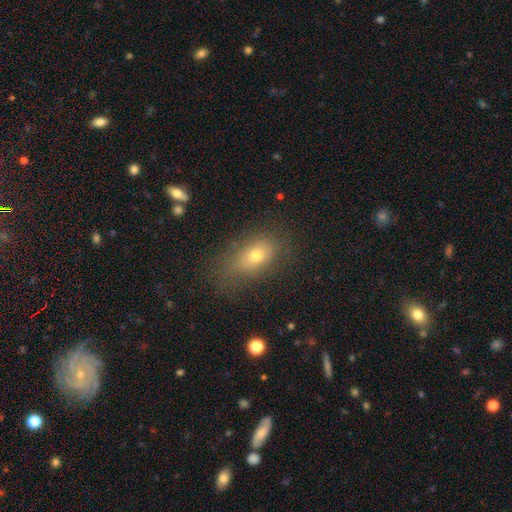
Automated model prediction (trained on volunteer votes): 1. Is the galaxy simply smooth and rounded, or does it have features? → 70% smooth, 17% featured or disk, 13% star or artifact.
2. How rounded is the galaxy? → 79% in between, 18% round, 4% cigar-shaped.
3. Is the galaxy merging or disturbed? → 66% none, 21% minor disturbance, 11% major disturbance, 2% merger.